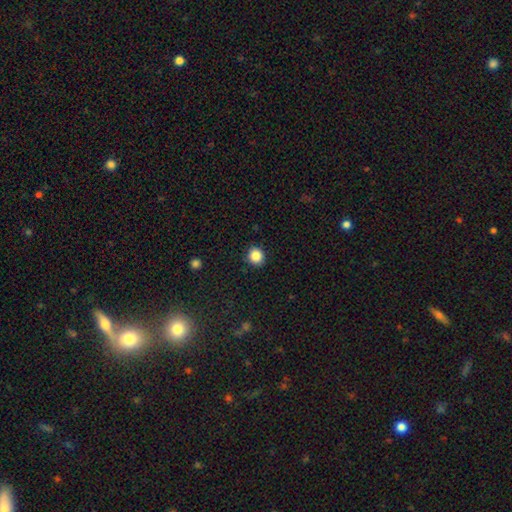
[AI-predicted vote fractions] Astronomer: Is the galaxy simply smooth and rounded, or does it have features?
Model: smooth — 87%.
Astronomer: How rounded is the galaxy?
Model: round — 88%.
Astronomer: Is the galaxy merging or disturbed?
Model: none — 90%.